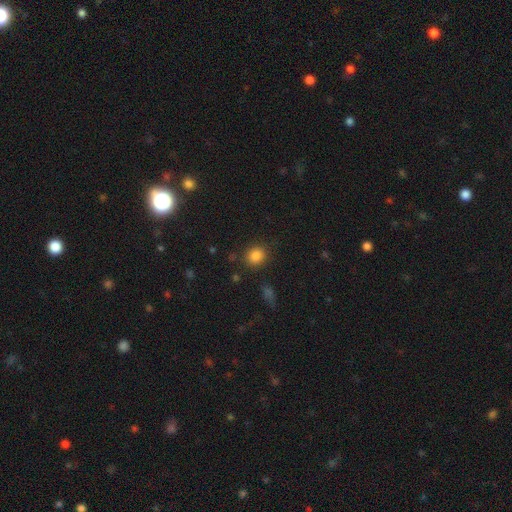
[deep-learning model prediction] This is clearly a smooth galaxy (85%). How rounded: likely round (78%). Merging: clearly none (85%).